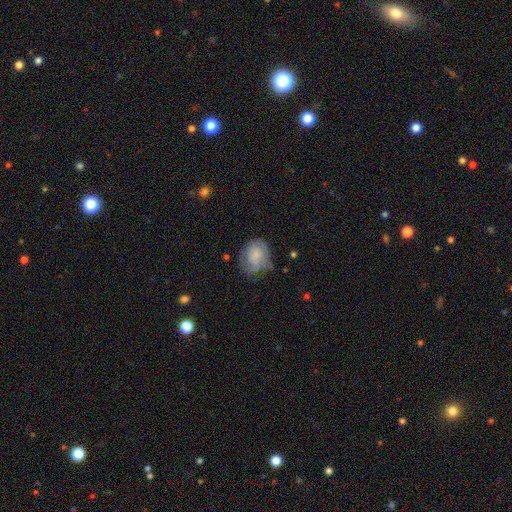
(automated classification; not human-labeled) Q: Smooth or featured?
A: smooth (70%); runner-up: featured or disk (22%)
Q: How rounded?
A: round (51%); runner-up: in between (48%)
Q: Merging?
A: none (44%); runner-up: minor disturbance (36%)